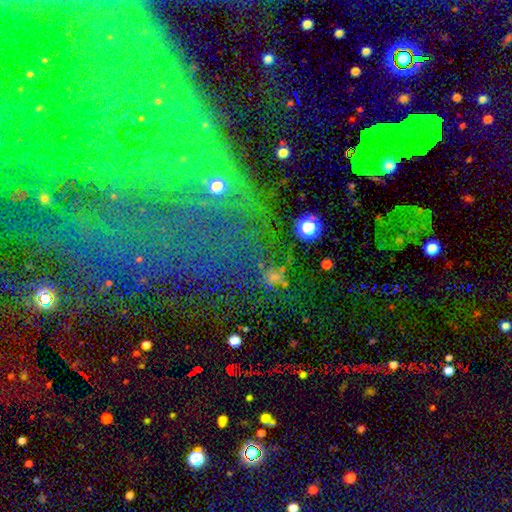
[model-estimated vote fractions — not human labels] The model was most divided on "smooth or featured": star or artifact: 68%, featured or disk: 19%, smooth: 13%.